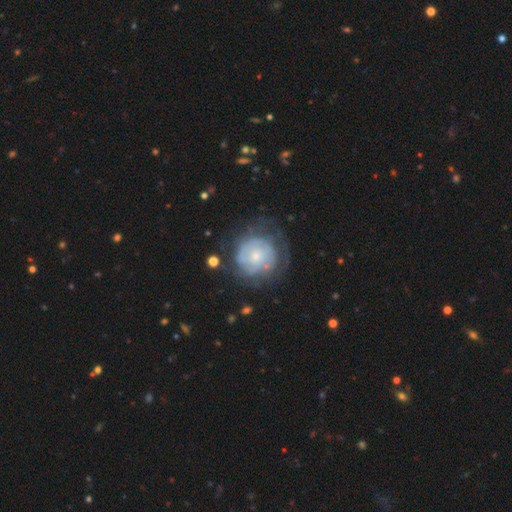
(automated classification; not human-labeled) This is likely a featured or disk galaxy (65%). It is clearly not viewed edge-on (98%). Bar: clearly no (81%). Spiral arm pattern: likely yes (70%). Central bulge: likely small (64%). Merging: possibly none (59%).